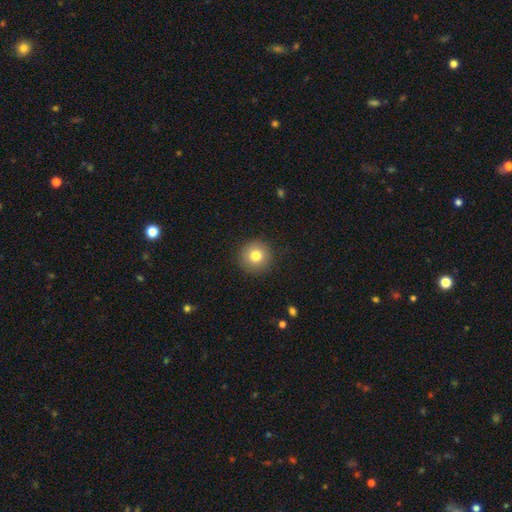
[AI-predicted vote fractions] smooth-or-featured: smooth: 80% | star or artifact: 10% | featured or disk: 10%
  how-rounded: round: 95% | in between: 4% | cigar-shaped: 1%
  merging: none: 91% | minor disturbance: 6% | major disturbance: 2% | merger: 1%